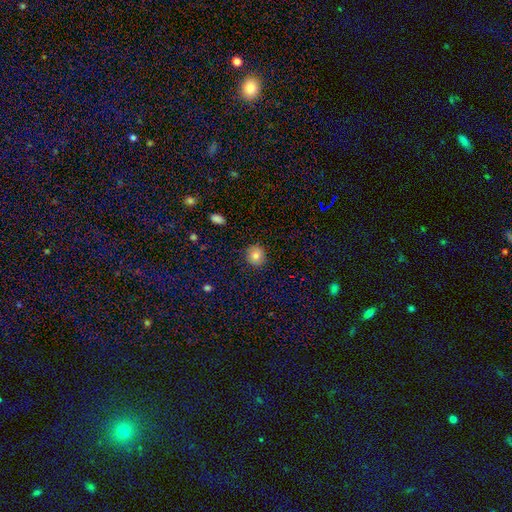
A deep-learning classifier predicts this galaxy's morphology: smooth 82%, star or artifact 10%, featured or disk 8%. Down the decision tree: how rounded — round (88%); merging — none (89%).